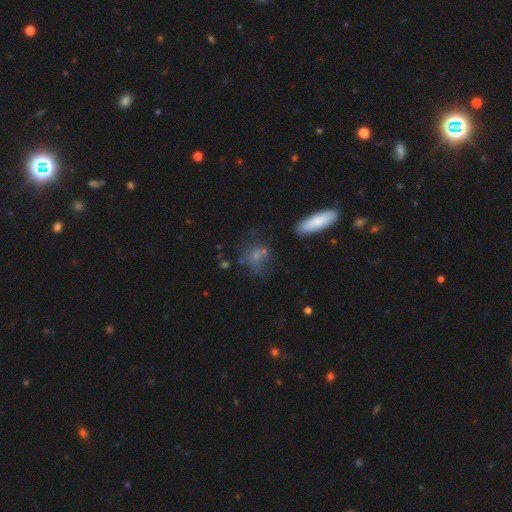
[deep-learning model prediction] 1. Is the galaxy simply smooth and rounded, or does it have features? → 47% smooth, 31% featured or disk, 23% star or artifact.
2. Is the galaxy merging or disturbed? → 59% none, 19% minor disturbance, 13% major disturbance, 9% merger.